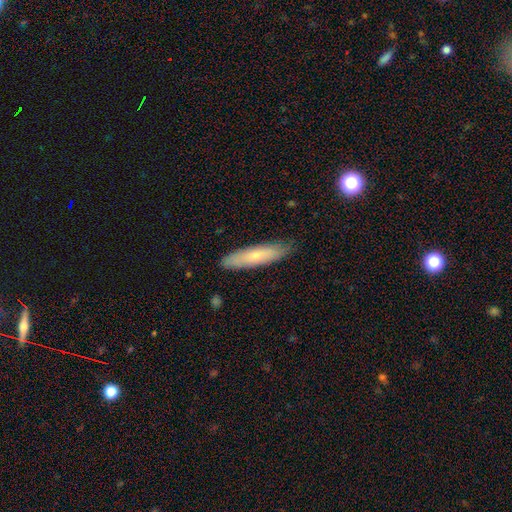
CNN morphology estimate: Smooth or featured? smooth (66%)
How rounded? cigar-shaped (79%)
Merging? none (84%)